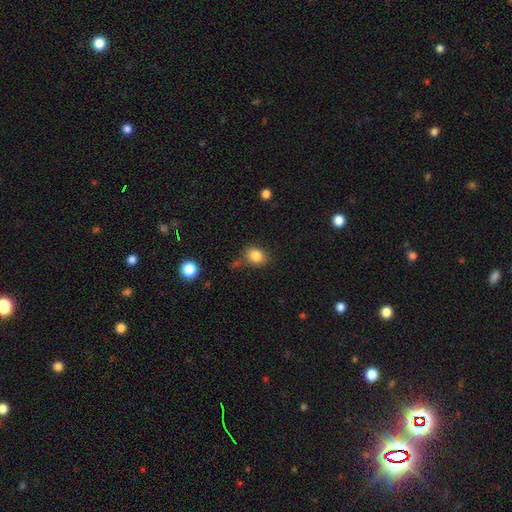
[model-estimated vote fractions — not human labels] Smooth or featured: smooth — 84% (star or artifact — 10%)
How rounded: round — 52% (in between — 47%)
Merging: none — 73% (minor disturbance — 16%)